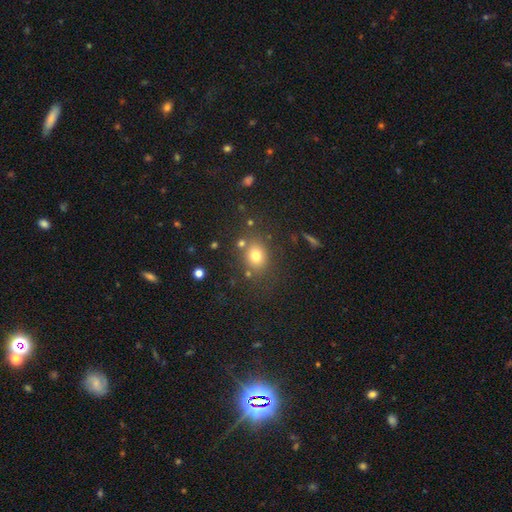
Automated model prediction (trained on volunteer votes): Smooth or featured? smooth (75%)
How rounded? round (65%)
Merging? none (77%)